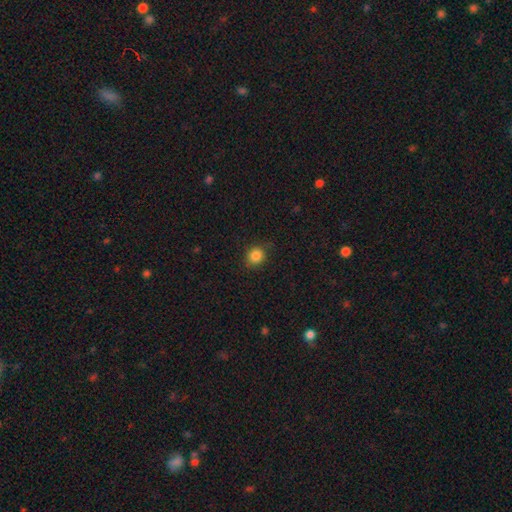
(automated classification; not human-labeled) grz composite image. It shows a smooth galaxy with no disk features (85%) that is round (81%). Merging: none (84%).